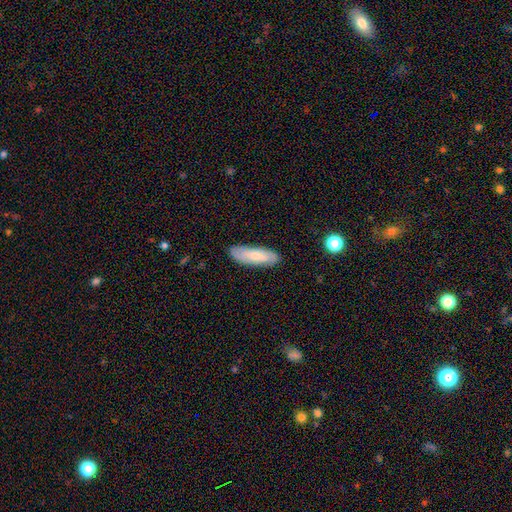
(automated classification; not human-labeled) Overall: smooth (65%; featured or disk 28%). How rounded: in between (52%; cigar-shaped 46%). Merging: none (86%).